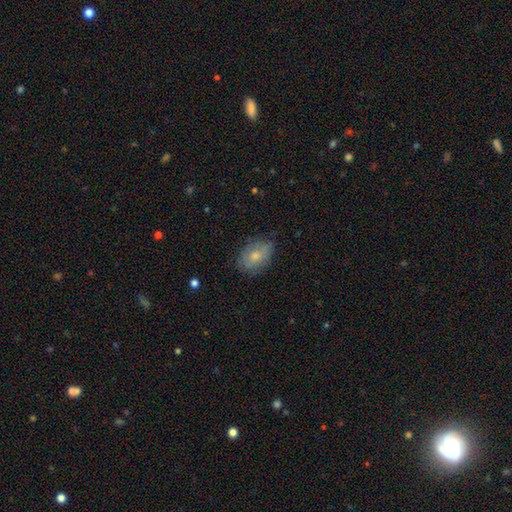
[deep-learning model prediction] Morphology: type=smooth (69%); roundness=in between (81%); merging=none (70%).